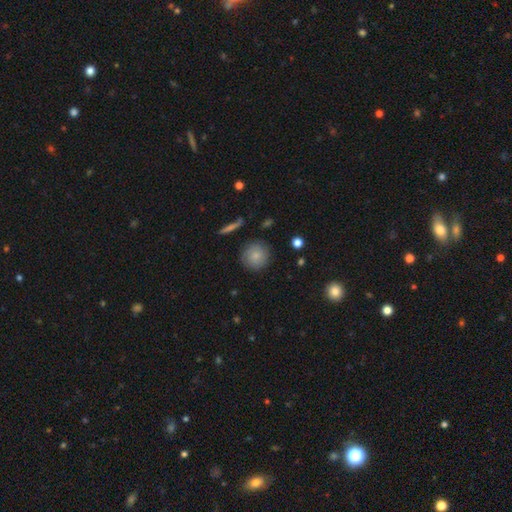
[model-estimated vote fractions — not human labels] Morphology: type=smooth (73%); roundness=round (92%); merging=none (85%).